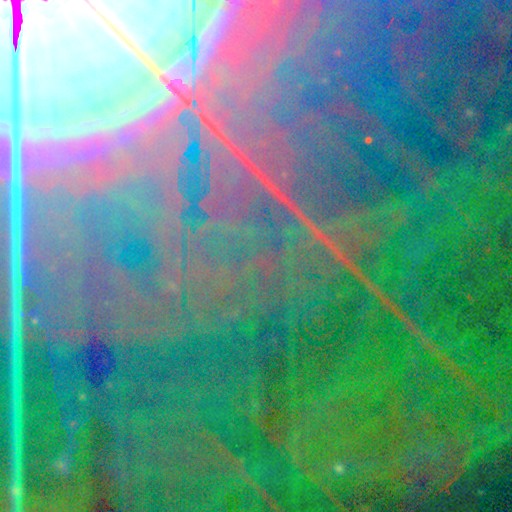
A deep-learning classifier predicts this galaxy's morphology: Overall: star or artifact (86%).